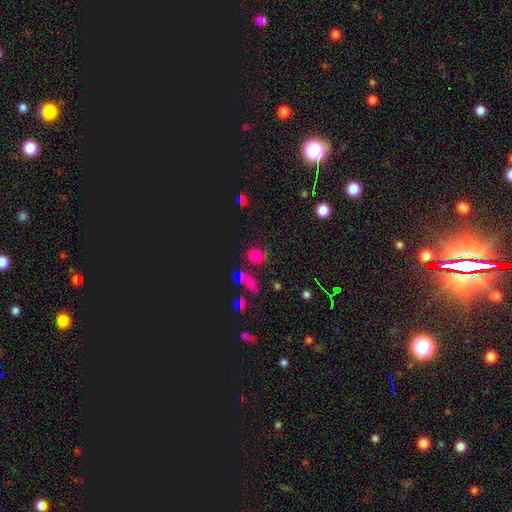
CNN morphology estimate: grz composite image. It shows a smooth galaxy with no disk features (58%) that is round (64%). Merging: none (70%).